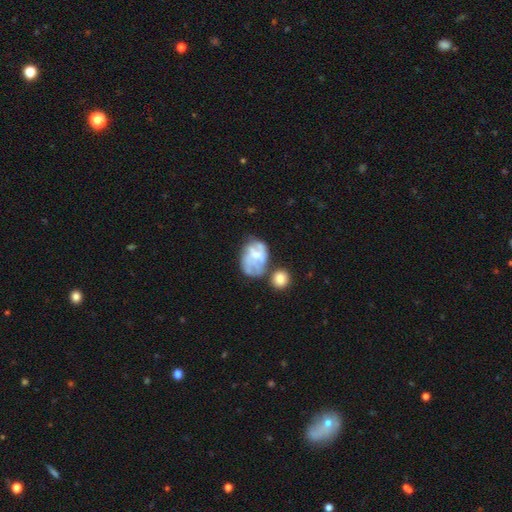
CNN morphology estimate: smooth-or-featured: featured or disk: 59% | smooth: 32% | star or artifact: 9%
  disk-edge-on: no: 97% | yes: 3%
    bar: no: 66% | weak: 28% | strong: 6%
    has-spiral-arms: no: 51% | yes: 49%
    bulge-size: small: 40% | moderate: 31% | none: 24% | large: 4% | dominant: 1%
  merging: none: 36% | minor disturbance: 24% | major disturbance: 23% | merger: 18%